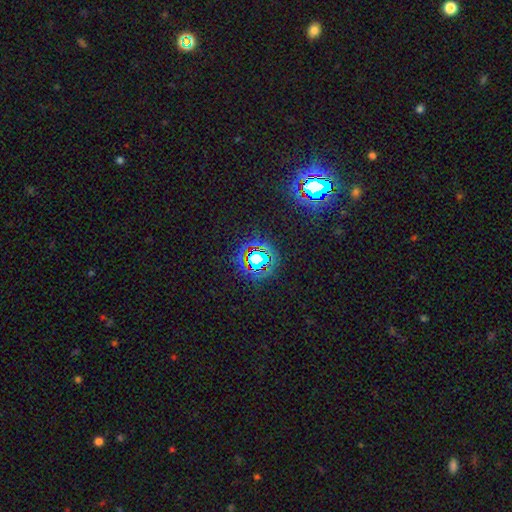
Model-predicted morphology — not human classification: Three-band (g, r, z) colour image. It shows a star or artifact, not a galaxy (76%).